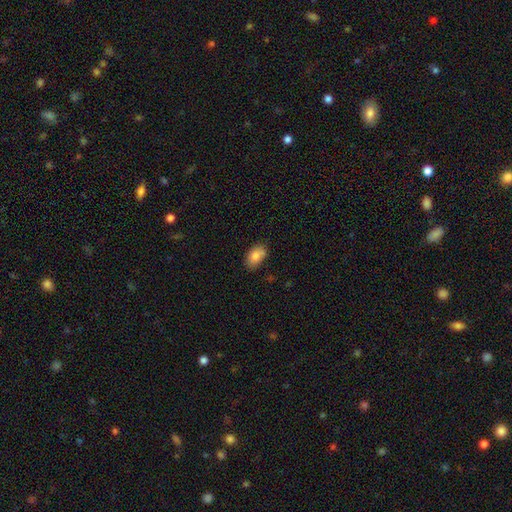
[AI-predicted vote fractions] A smooth galaxy with no disk features (81%) that is in between round and cigar-shaped (89%). Merging: none (72%).